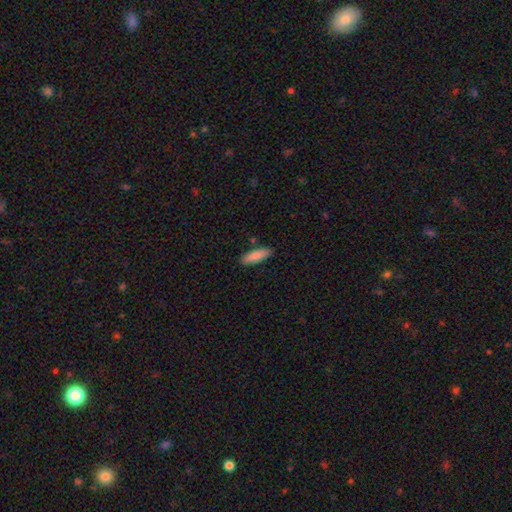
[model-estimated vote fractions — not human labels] A smooth galaxy with no disk features (84%) that is in between round and cigar-shaped (54%).

Vote fractions:
- Smooth or featured? smooth: 84% / featured or disk: 10% / star or artifact: 6%
- How rounded? in between: 54% / cigar-shaped: 44% / round: 2%
- Merging? none: 86% / minor disturbance: 10% / merger: 2% / major disturbance: 2%